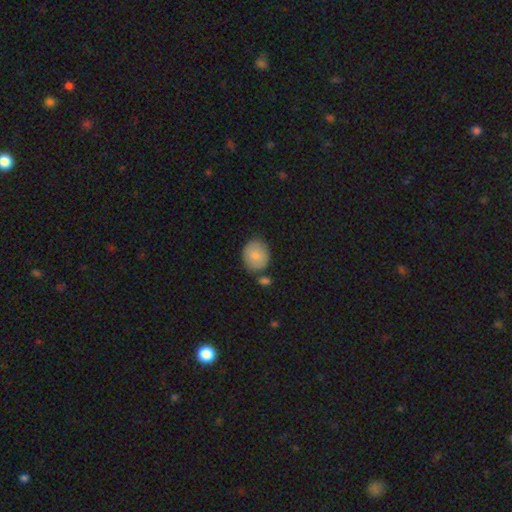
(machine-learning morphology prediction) Smooth or featured? smooth (84%)
How rounded? round (65%)
Merging? none (70%)